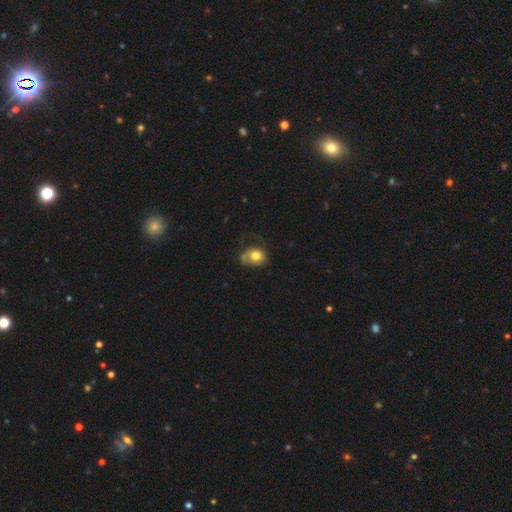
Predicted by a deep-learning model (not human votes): Smooth or featured: smooth — 64% (featured or disk — 28%)
How rounded: round — 52% (in between — 47%)
Merging: none — 41% (minor disturbance — 30%)